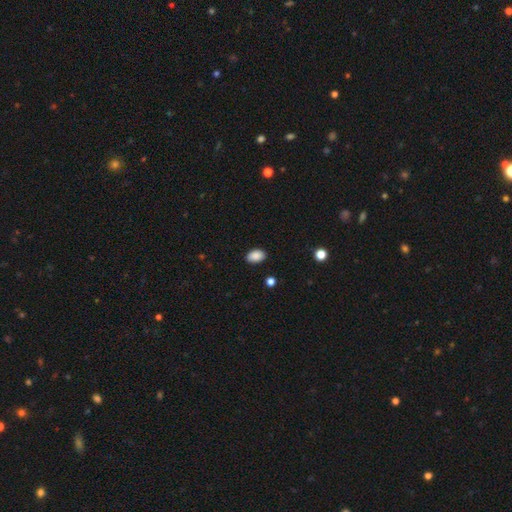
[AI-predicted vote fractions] Smooth or featured? smooth (88%)
How rounded? in between (88%)
Merging? none (87%)